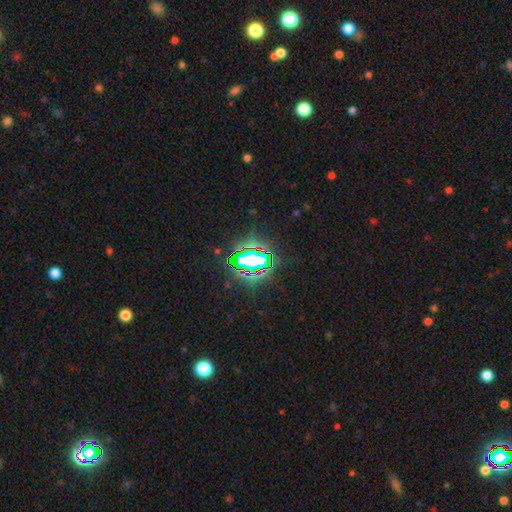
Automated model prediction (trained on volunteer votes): Smooth or featured?
  - star or artifact: 80% *
  - smooth: 12%
  - featured or disk: 8%